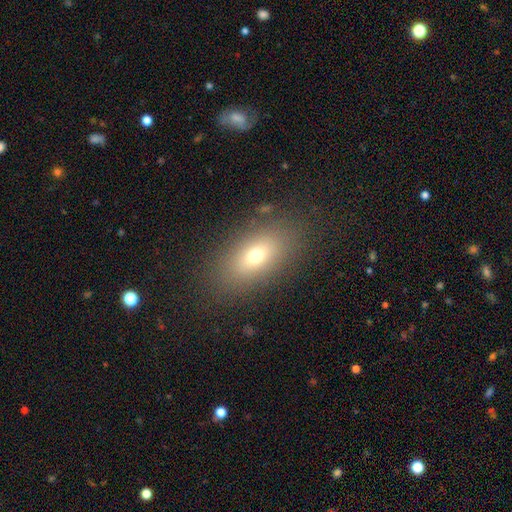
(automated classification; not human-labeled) This is likely a smooth galaxy (68%). How rounded: clearly in between (82%). Merging: clearly none (84%).